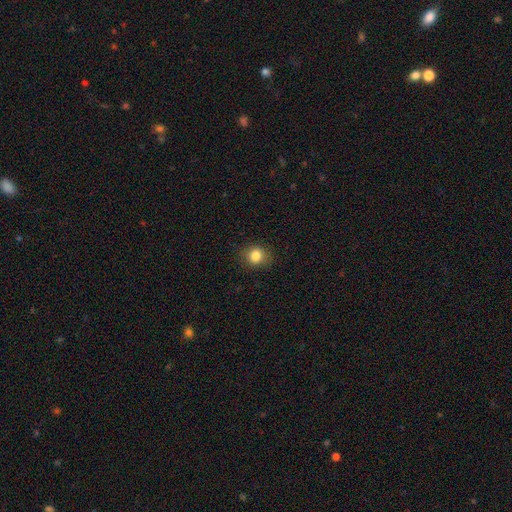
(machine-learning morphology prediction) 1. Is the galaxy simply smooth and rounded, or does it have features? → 83% smooth, 11% star or artifact, 6% featured or disk.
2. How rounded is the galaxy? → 73% round, 26% in between, 1% cigar-shaped.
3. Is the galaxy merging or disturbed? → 85% none, 11% minor disturbance, 3% major disturbance, 1% merger.